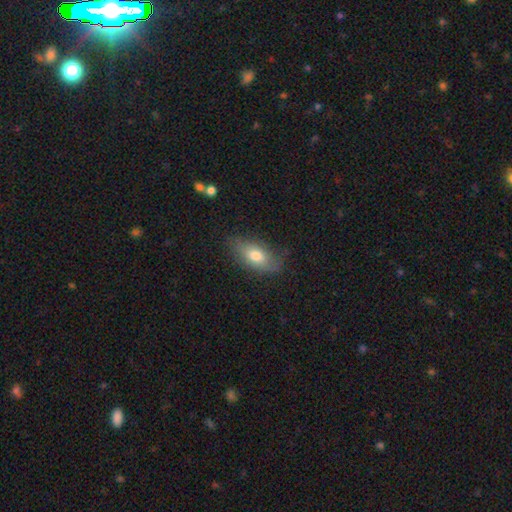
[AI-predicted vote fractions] smooth_or_featured: smooth (p=0.72) [alt: featured or disk p=0.21]
how_rounded: in between (p=0.87) [alt: cigar-shaped p=0.08]
merging: none (p=0.70) [alt: minor disturbance p=0.23]